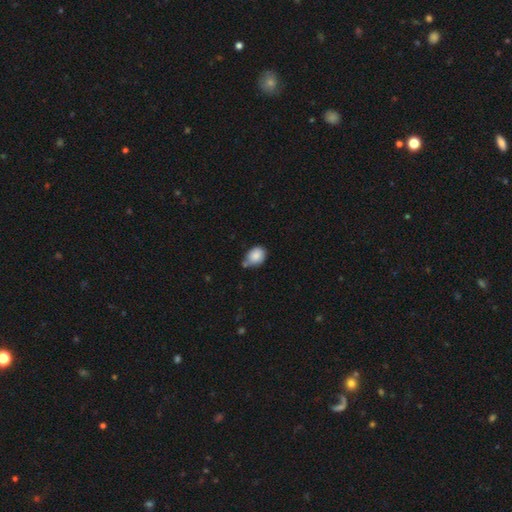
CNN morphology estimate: Smooth or featured? Predicted: smooth (p=0.85). How rounded? Predicted: in between (p=0.62). Merging? Predicted: none (p=0.44).